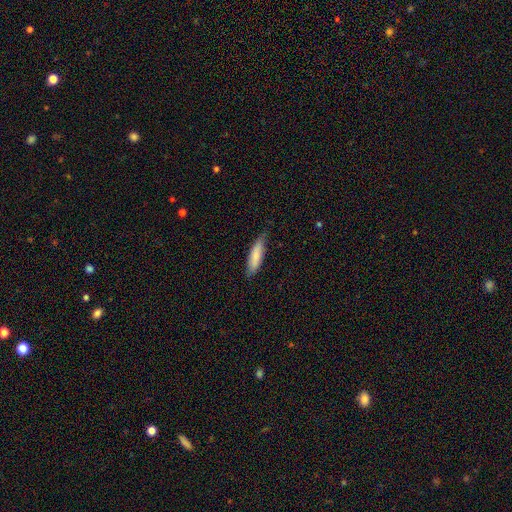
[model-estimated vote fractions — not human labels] Smooth or featured: smooth — 82% (featured or disk — 13%)
How rounded: cigar-shaped — 67% (in between — 32%)
Merging: none — 76% (minor disturbance — 20%)